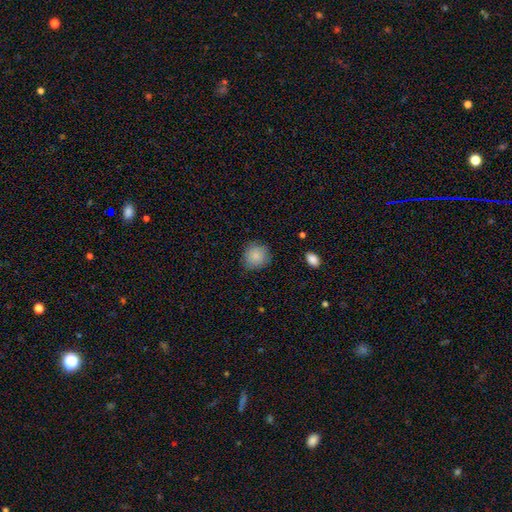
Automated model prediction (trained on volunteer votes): The model was most divided on "merging": none: 82%, minor disturbance: 14%, major disturbance: 3%, merger: 1%. More confident: how rounded — round (86%); smooth or featured — smooth (86%).